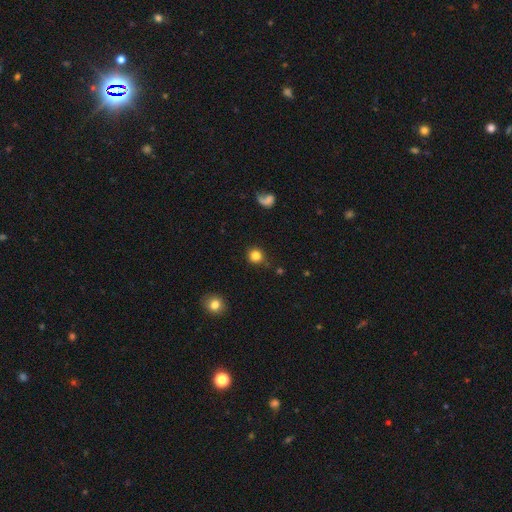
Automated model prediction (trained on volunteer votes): smooth_or_featured: smooth (p=0.83) [alt: star or artifact p=0.11]
how_rounded: round (p=0.90) [alt: in between p=0.09]
merging: none (p=0.76) [alt: minor disturbance p=0.15]